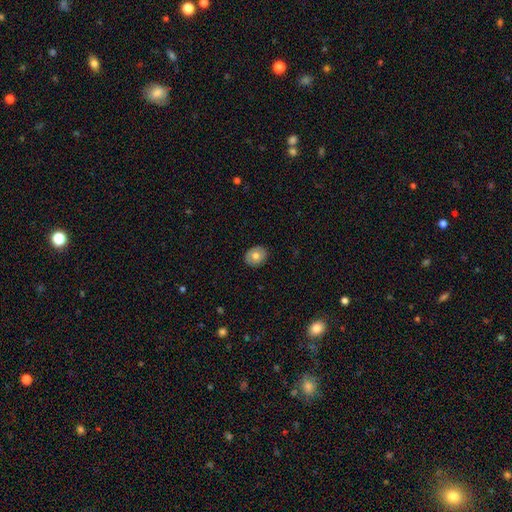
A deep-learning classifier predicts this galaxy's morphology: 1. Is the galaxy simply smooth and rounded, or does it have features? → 70% smooth, 22% featured or disk, 8% star or artifact.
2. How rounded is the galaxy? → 62% round, 37% in between, 1% cigar-shaped.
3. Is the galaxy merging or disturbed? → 89% none, 9% minor disturbance, 2% major disturbance, 1% merger.